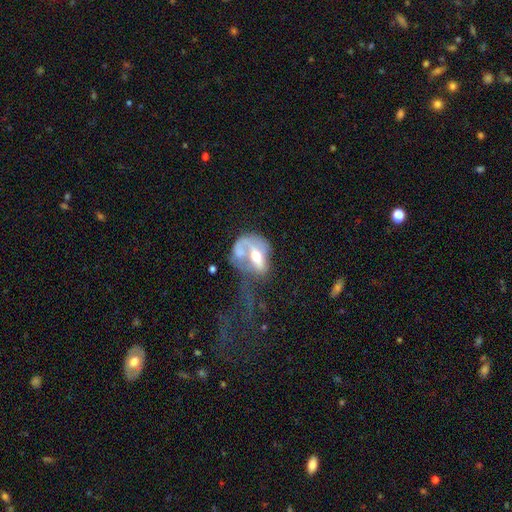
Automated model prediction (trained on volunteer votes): smooth-or-featured: featured or disk: 56% | smooth: 36% | star or artifact: 8%
  disk-edge-on: no: 93% | yes: 7%
    bar: no: 59% | weak: 25% | strong: 15%
    has-spiral-arms: no: 67% | yes: 33%
    bulge-size: moderate: 70% | small: 13% | large: 13% | none: 2% | dominant: 2%
  merging: major disturbance: 39% | merger: 33% | none: 16% | minor disturbance: 13%